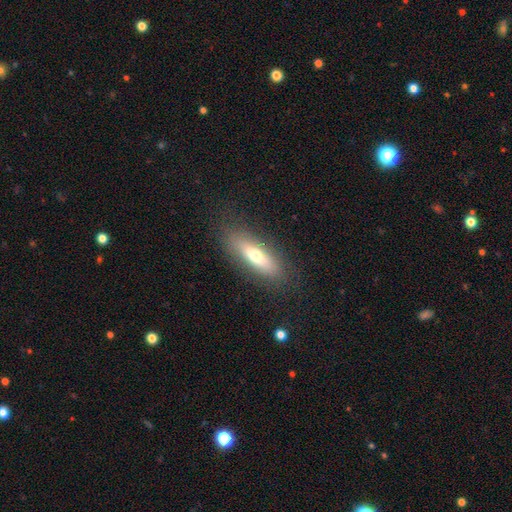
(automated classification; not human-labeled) smooth_or_featured: smooth (p=0.63) [alt: featured or disk p=0.29]
how_rounded: in between (p=0.51) [alt: cigar-shaped p=0.46]
merging: none (p=0.82) [alt: minor disturbance p=0.12]